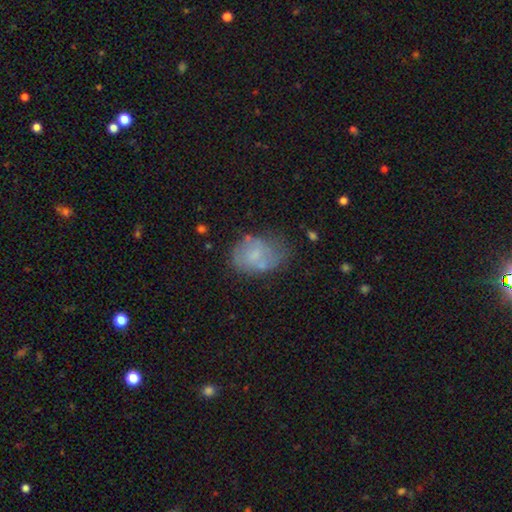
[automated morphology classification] smooth_or_featured: smooth (p=0.55) [alt: featured or disk p=0.36]
how_rounded: in between (p=0.70) [alt: round p=0.29]
merging: none (p=0.43) [alt: minor disturbance p=0.31]